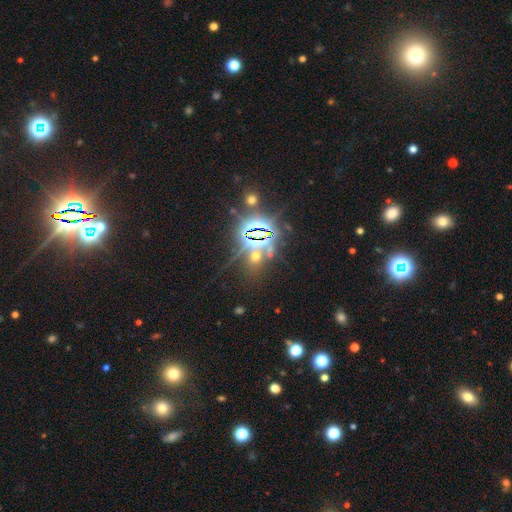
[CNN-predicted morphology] Q: Smooth or featured?
A: star or artifact (68%); runner-up: smooth (23%)